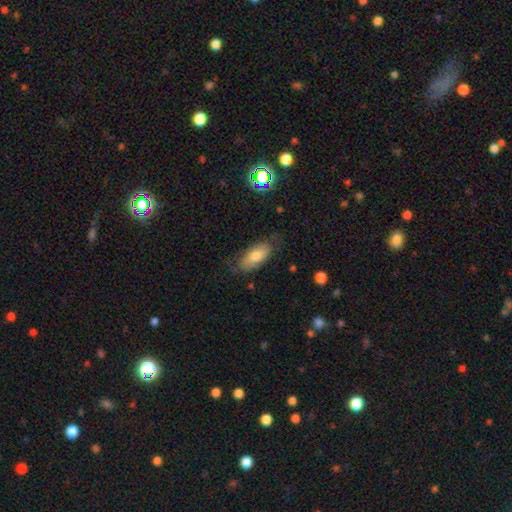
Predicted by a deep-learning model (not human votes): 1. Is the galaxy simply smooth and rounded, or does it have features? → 73% smooth, 19% featured or disk, 8% star or artifact.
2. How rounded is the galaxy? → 88% in between, 9% cigar-shaped, 3% round.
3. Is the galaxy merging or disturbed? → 72% none, 21% minor disturbance, 6% major disturbance, 1% merger.